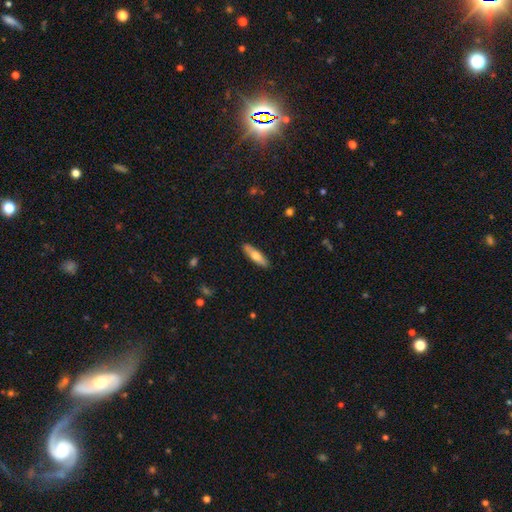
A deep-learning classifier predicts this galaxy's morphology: This appears to be a smooth galaxy with no disk features (61%) that is cigar-shaped (70%). Merging: none (88%).